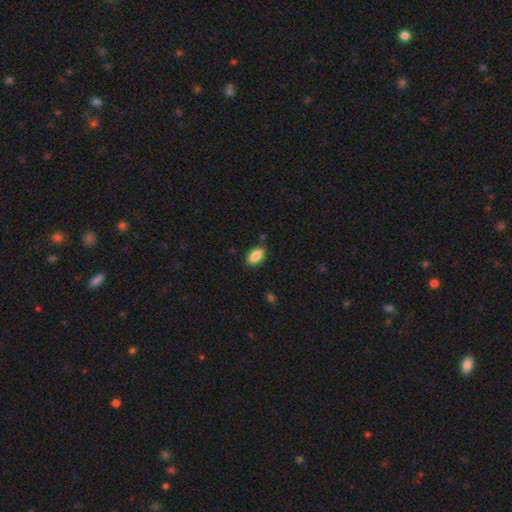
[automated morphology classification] A smooth galaxy with no disk features (88%) that is in between round and cigar-shaped (92%). Merging: none (84%).